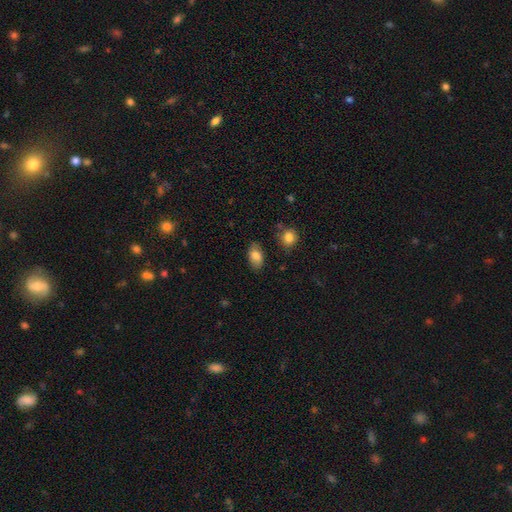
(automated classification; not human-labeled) Morphology: type=smooth (80%); roundness=in between (91%); merging=none (82%).